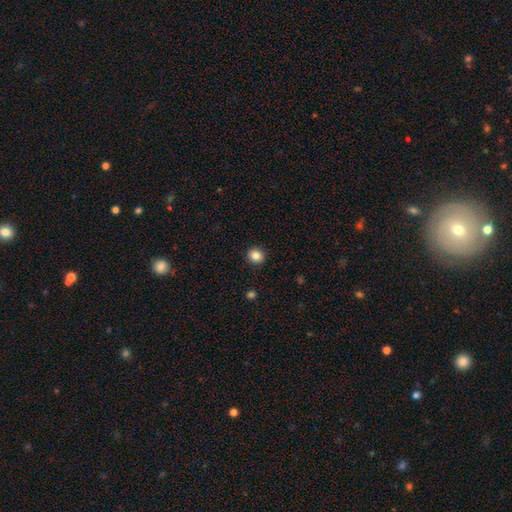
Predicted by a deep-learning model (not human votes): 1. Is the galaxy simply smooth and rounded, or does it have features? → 86% smooth, 10% star or artifact, 4% featured or disk.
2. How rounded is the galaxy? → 86% round, 14% in between, 1% cigar-shaped.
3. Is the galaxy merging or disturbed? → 91% none, 6% minor disturbance, 2% major disturbance, 1% merger.